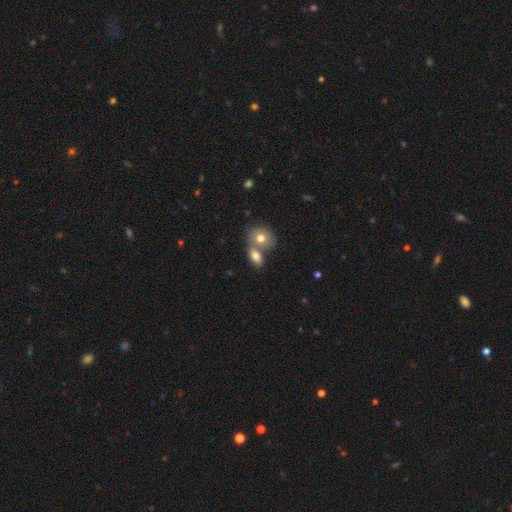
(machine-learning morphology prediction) This is likely a smooth galaxy (76%). How rounded: likely in between (79%). Merging: possibly merger (56%).